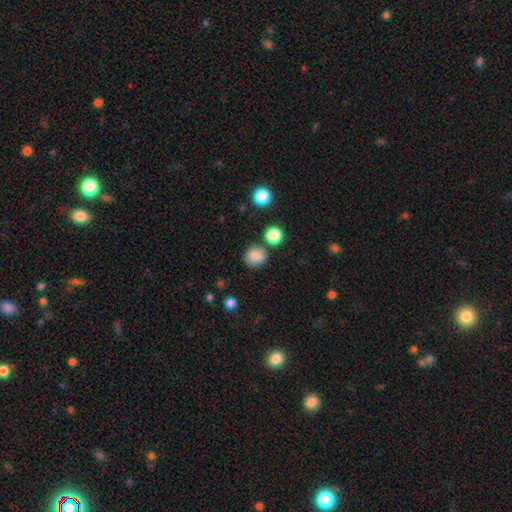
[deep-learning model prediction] A smooth galaxy with no disk features (85%) that is round (84%). Merging: none (79%).